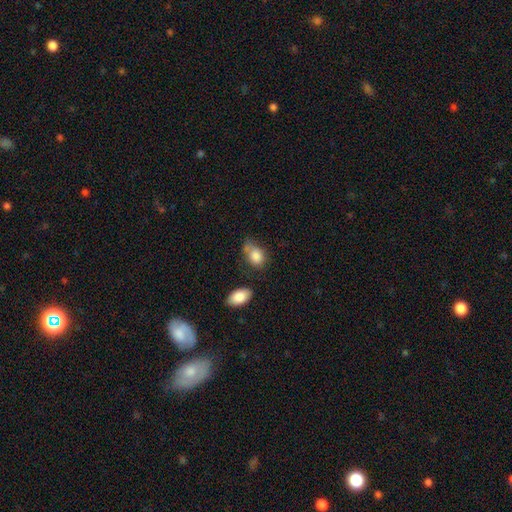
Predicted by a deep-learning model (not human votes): Smooth or featured? Predicted: smooth (p=0.84). How rounded? Predicted: in between (p=0.75). Merging? Predicted: none (p=0.42).